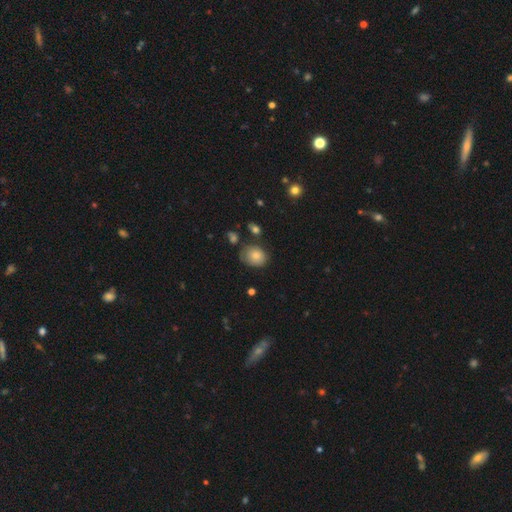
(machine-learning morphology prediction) This is likely a smooth galaxy (78%). How rounded: possibly round (50%). Merging: likely none (66%).